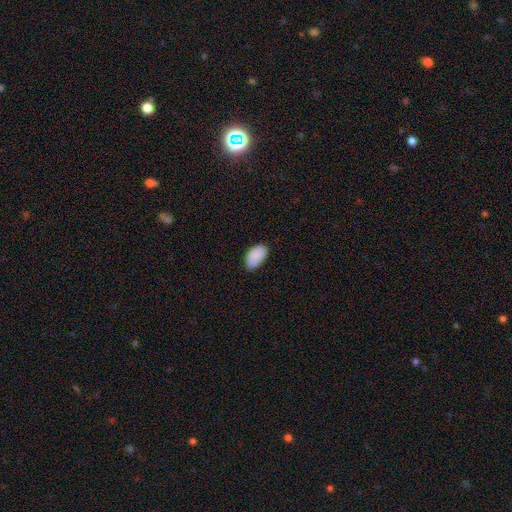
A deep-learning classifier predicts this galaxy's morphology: The model was most divided on "merging": none: 73%, minor disturbance: 23%, major disturbance: 3%, merger: 1%. More confident: how rounded — in between (95%); smooth or featured — smooth (89%).